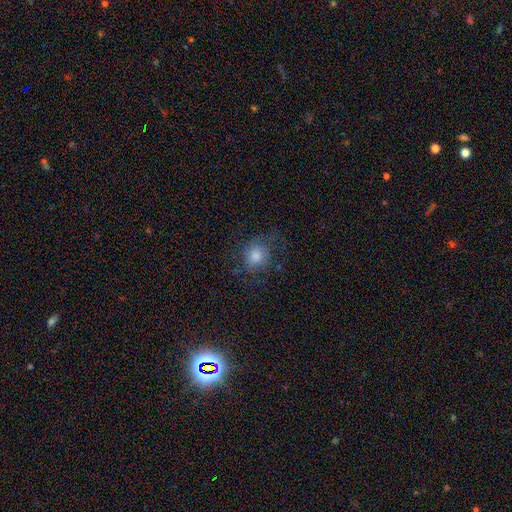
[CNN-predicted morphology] Q: Smooth or featured?
A: smooth (56%); runner-up: featured or disk (29%)
Q: How rounded?
A: round (80%); runner-up: in between (18%)
Q: Merging?
A: none (64%); runner-up: minor disturbance (18%)